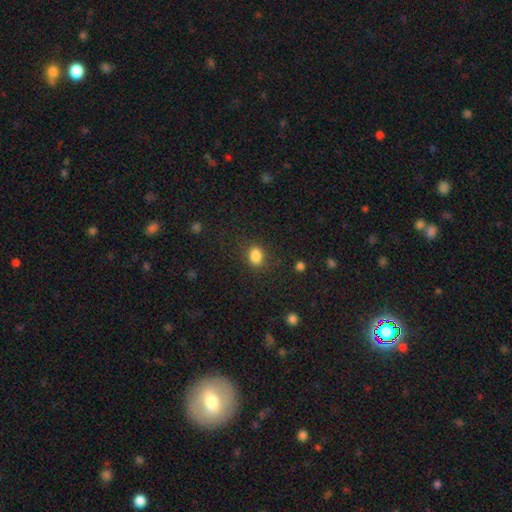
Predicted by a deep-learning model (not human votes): smooth 85%, star or artifact 10%, featured or disk 5%. Down the decision tree: how rounded — in between (58%); merging — none (82%).